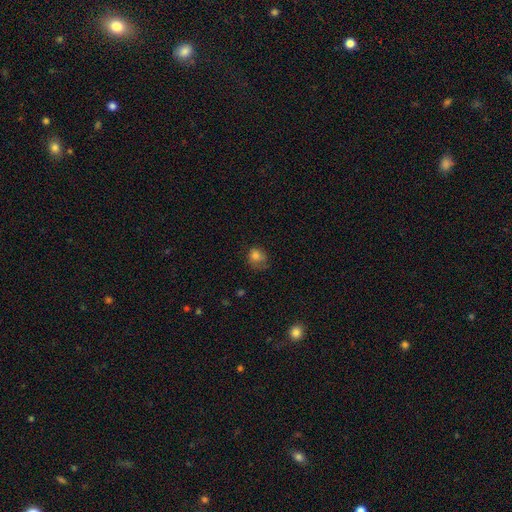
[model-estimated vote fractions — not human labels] Smooth or featured? smooth (80%)
How rounded? round (71%)
Merging? none (48%)